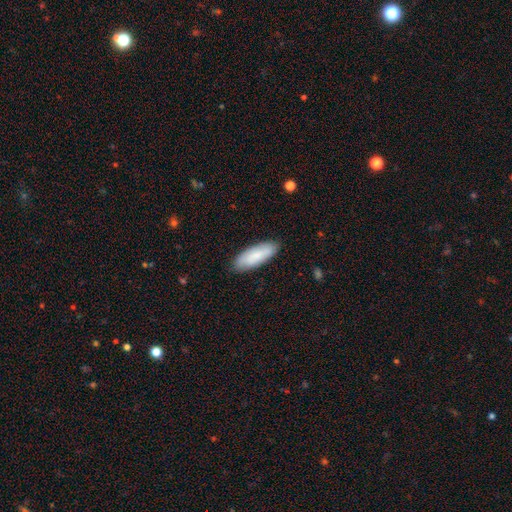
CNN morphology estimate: Smooth or featured: smooth — 80% (featured or disk — 15%)
How rounded: in between — 66% (cigar-shaped — 33%)
Merging: none — 86% (minor disturbance — 11%)